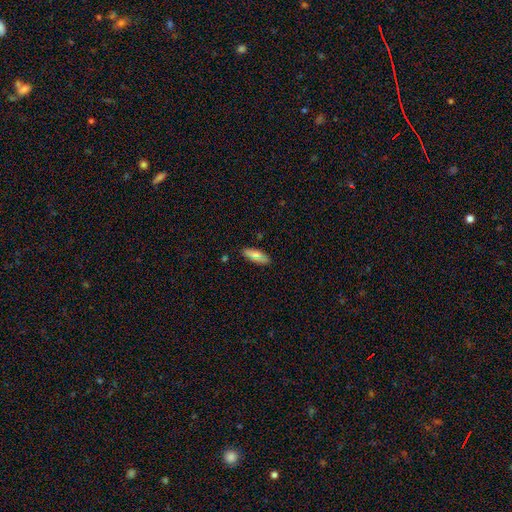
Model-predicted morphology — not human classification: smooth-or-featured: smooth: 71% | featured or disk: 22% | star or artifact: 8%
  how-rounded: in between: 67% | cigar-shaped: 31% | round: 3%
  merging: none: 84% | minor disturbance: 12% | major disturbance: 2% | merger: 1%